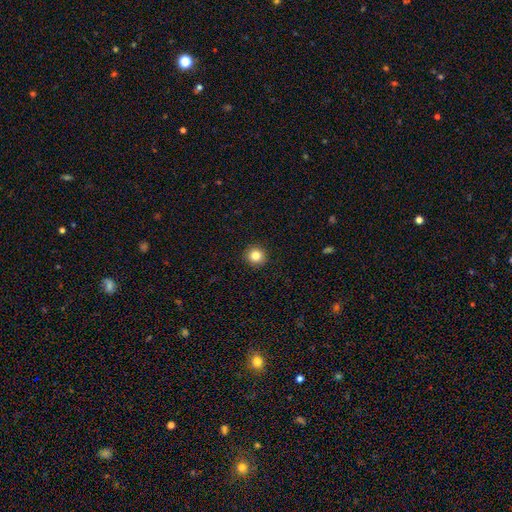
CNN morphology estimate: Q: Smooth or featured?
A: smooth (83%); runner-up: star or artifact (10%)
Q: How rounded?
A: round (94%); runner-up: in between (5%)
Q: Merging?
A: none (93%); runner-up: minor disturbance (5%)